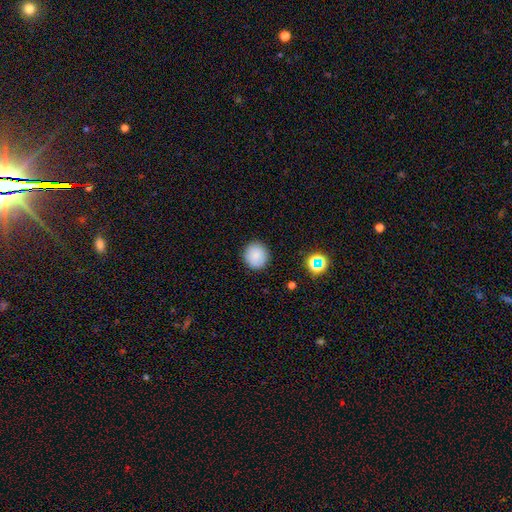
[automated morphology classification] A smooth galaxy with no disk features (84%) that is round (93%). Merging: none (90%).